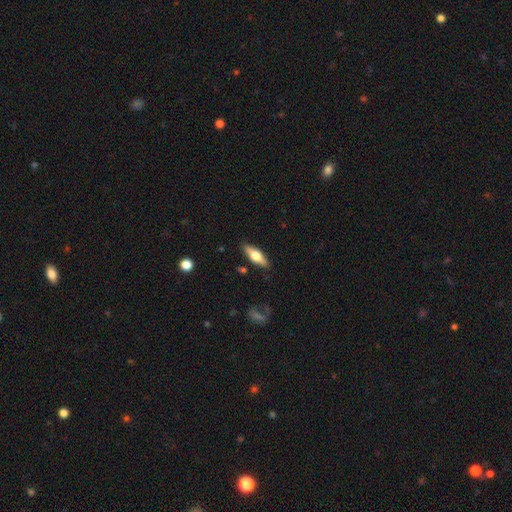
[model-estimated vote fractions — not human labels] Smooth or featured?
  - smooth: 49% *
  - featured or disk: 45%
  - star or artifact: 6%
Merging?
  - none: 87% *
  - minor disturbance: 10%
  - major disturbance: 2%
  - merger: 2%